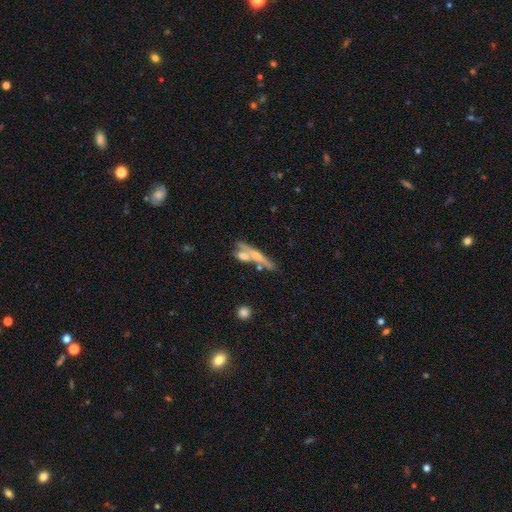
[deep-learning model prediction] A featured or disk galaxy (59%) viewed edge-on (86%) with a rounded central bulge (71%).

Vote fractions:
- Smooth or featured? featured or disk: 59% / smooth: 33% / star or artifact: 8%
- Edge-on disk? yes: 86% / no: 14%
- Edge-on bulge? rounded: 71% / none: 22% / boxy: 7%
- Merging? none: 50% / merger: 33% / minor disturbance: 12% / major disturbance: 6%